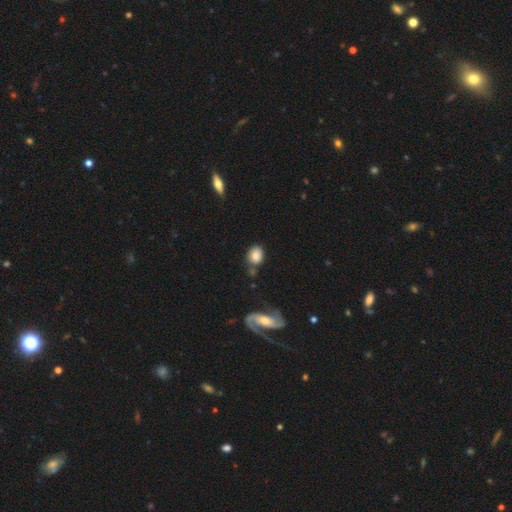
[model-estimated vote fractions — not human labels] Smooth or featured?
  - smooth: 80% *
  - featured or disk: 12%
  - star or artifact: 8%
How rounded?
  - in between: 53% *
  - round: 45%
  - cigar-shaped: 1%
Merging?
  - none: 64% *
  - minor disturbance: 19%
  - merger: 11%
  - major disturbance: 6%